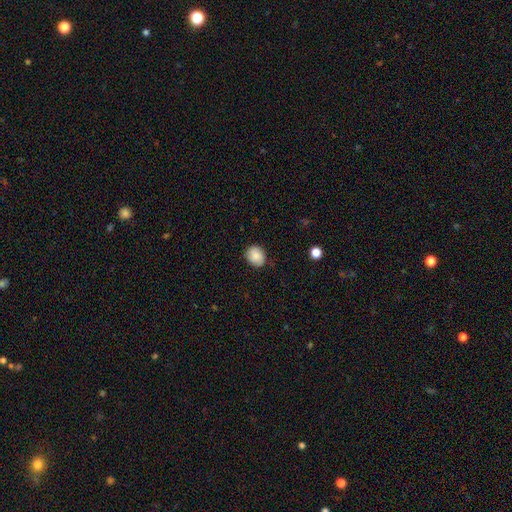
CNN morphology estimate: smooth 86%, star or artifact 8%, featured or disk 6%. Down the decision tree: how rounded — round (64%); merging — none (83%).